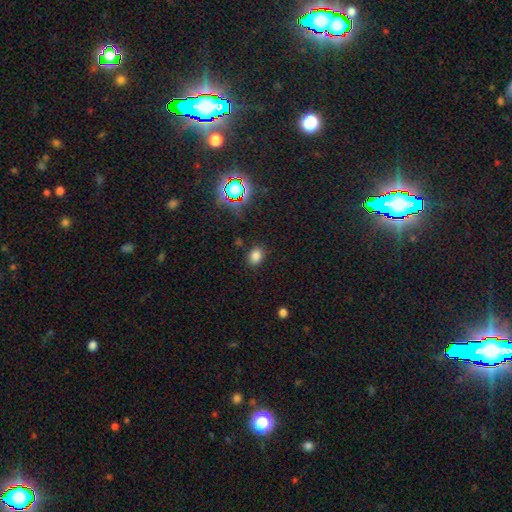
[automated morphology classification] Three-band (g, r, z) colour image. It shows a smooth galaxy with no disk features (78%) that is in between round and cigar-shaped (54%). Merging: none (85%).